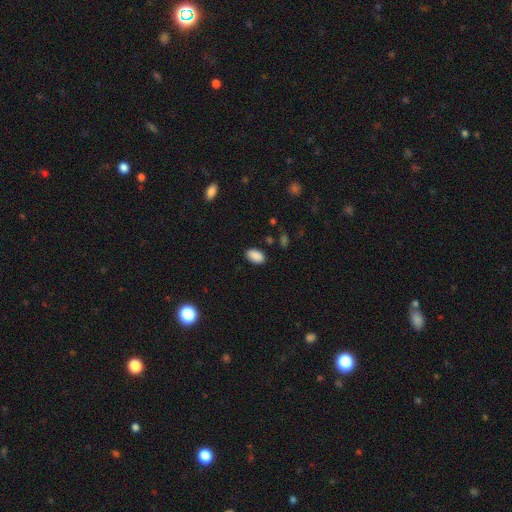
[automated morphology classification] smooth_or_featured: smooth (p=0.89) [alt: star or artifact p=0.08]
how_rounded: in between (p=0.92) [alt: round p=0.07]
merging: none (p=0.86) [alt: minor disturbance p=0.10]